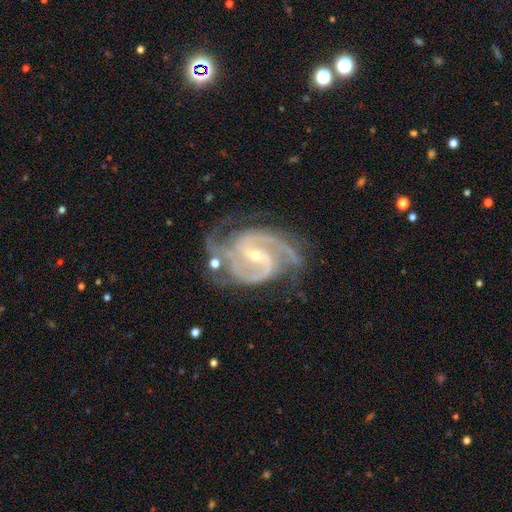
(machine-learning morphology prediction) smooth-or-featured: featured or disk: 93% | star or artifact: 5% | smooth: 2%
  disk-edge-on: no: 98% | yes: 2%
    bar: weak: 43% | strong: 38% | no: 19%
    has-spiral-arms: yes: 99% | no: 1%
      spiral-winding: medium: 53% | tight: 39% | loose: 9%
      spiral-arm-count: 2: 57% | 3: 24% | can't tell: 6% | 4: 6% | 1: 4% | more than 4: 4%
    bulge-size: small: 67% | moderate: 30% | large: 1% | none: 1% | dominant: 1%
  merging: none: 61% | minor disturbance: 23% | major disturbance: 12% | merger: 5%